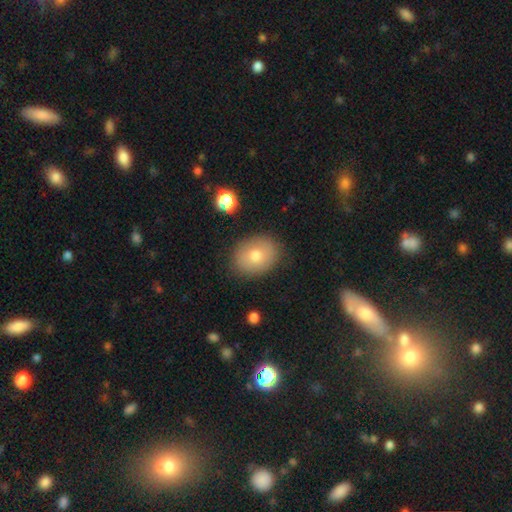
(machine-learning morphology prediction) Smooth or featured: smooth — 73% (featured or disk — 17%)
How rounded: in between — 57% (round — 42%)
Merging: none — 85% (minor disturbance — 11%)